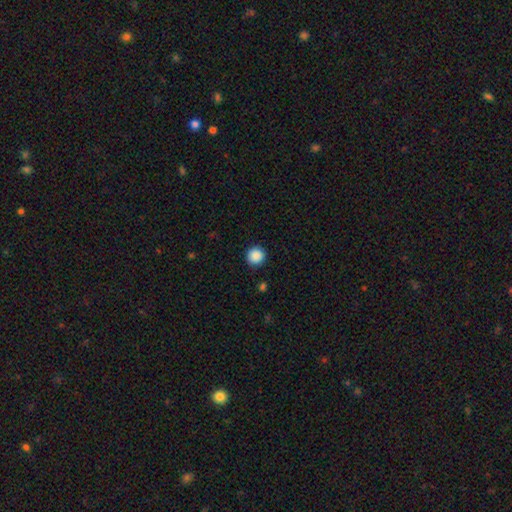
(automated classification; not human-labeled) smooth_or_featured: smooth (p=0.89) [alt: star or artifact p=0.09]
how_rounded: round (p=0.94) [alt: in between p=0.05]
merging: none (p=0.91) [alt: minor disturbance p=0.06]